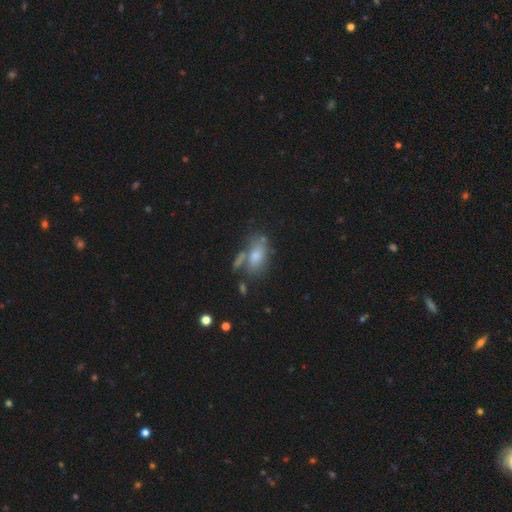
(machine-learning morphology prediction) Overall: smooth (71%). How rounded: in between (86%). Merging: none (52%; merger 20%).